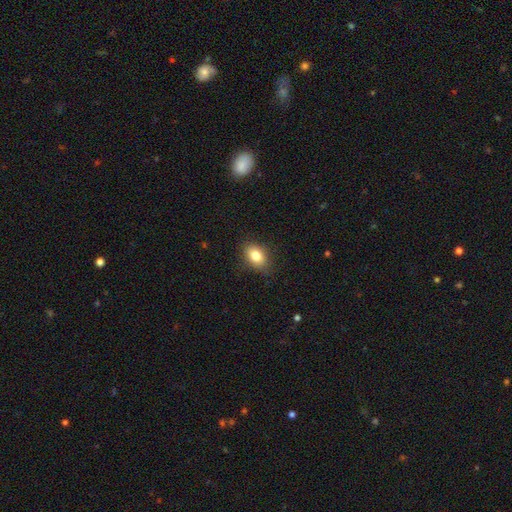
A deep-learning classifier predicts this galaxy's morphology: type=smooth (81%); roundness=in between (80%); merging=none (83%).